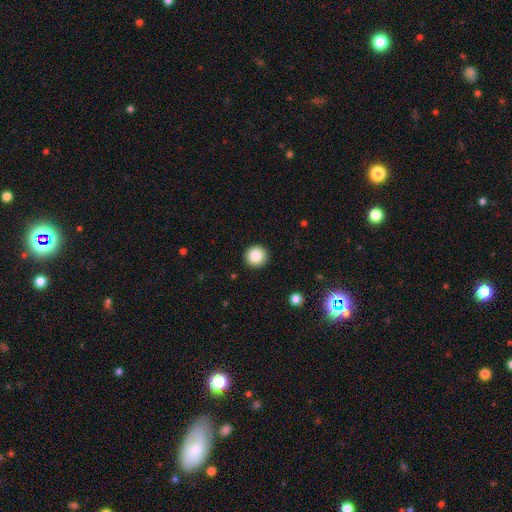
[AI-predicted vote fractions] Smooth or featured: smooth — 86% (star or artifact — 9%)
How rounded: round — 95% (in between — 4%)
Merging: none — 92% (minor disturbance — 5%)